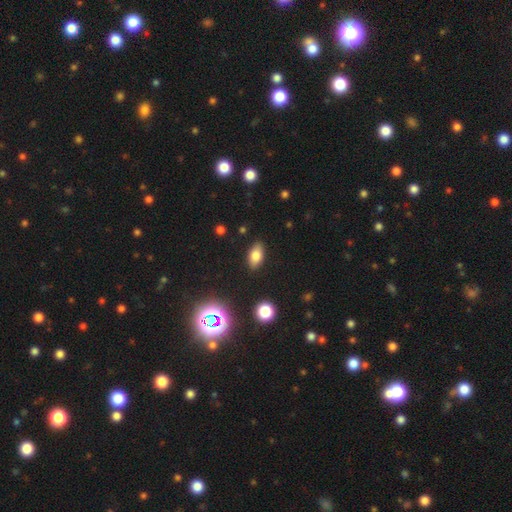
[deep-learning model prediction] Overall: smooth (77%). How rounded: in between (90%). Merging: none (87%).